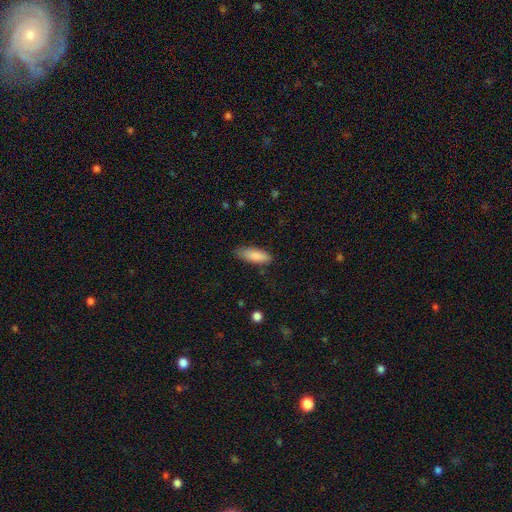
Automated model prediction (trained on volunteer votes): The model was most divided on "how rounded": in between: 62%, cigar-shaped: 36%, round: 2%. More confident: smooth or featured — smooth (87%); merging — none (79%).